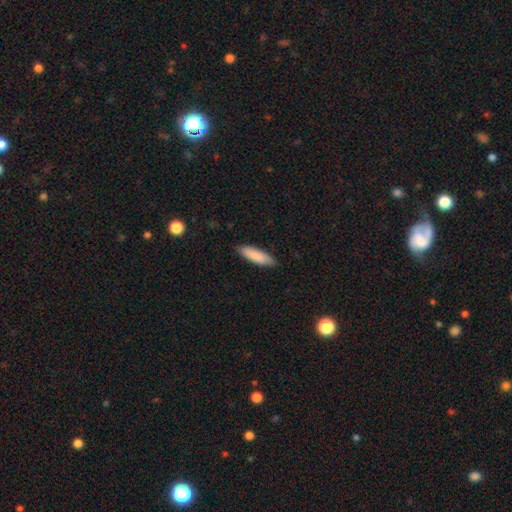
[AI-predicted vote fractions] smooth 85%, featured or disk 9%, star or artifact 5%. Down the decision tree: how rounded — cigar-shaped (53%); merging — none (83%).